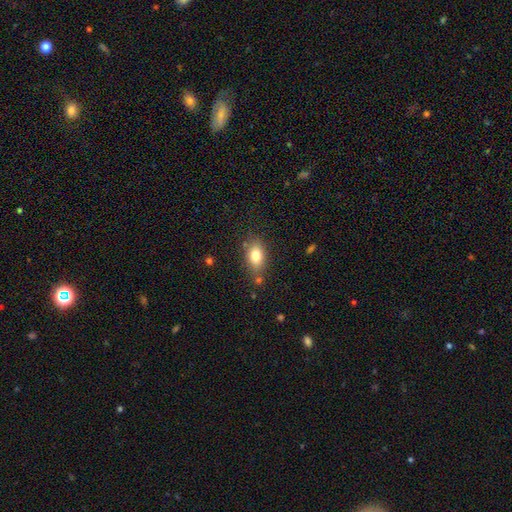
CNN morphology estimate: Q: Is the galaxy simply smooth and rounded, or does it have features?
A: smooth — 79%.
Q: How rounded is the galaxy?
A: in between — 85%.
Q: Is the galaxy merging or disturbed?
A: none — 75%.